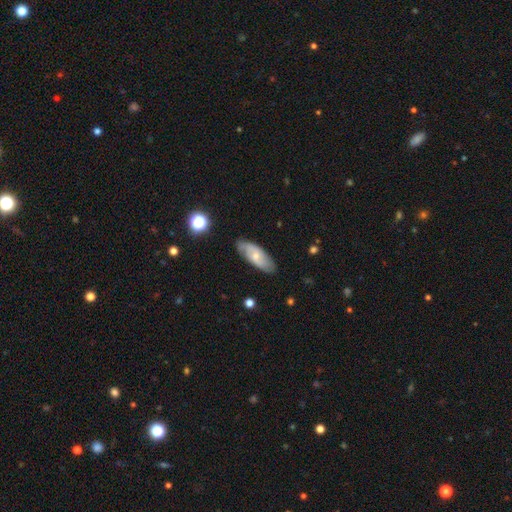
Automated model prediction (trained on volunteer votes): smooth_or_featured: featured or disk (p=0.53) [alt: smooth p=0.41]
disk_edge_on: no (p=0.86) [alt: yes p=0.14]
merging: none (p=0.78) [alt: minor disturbance p=0.17]